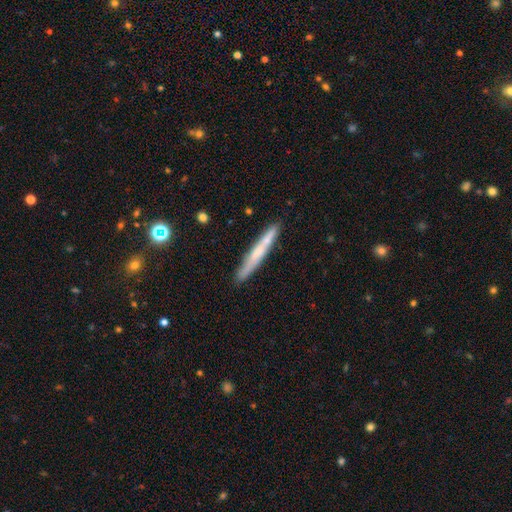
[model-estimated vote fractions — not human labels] A smooth galaxy with no disk features (47%).

Vote fractions:
- Smooth or featured? smooth: 47% / featured or disk: 45% / star or artifact: 8%
- Merging? none: 86% / minor disturbance: 10% / merger: 2% / major disturbance: 2%